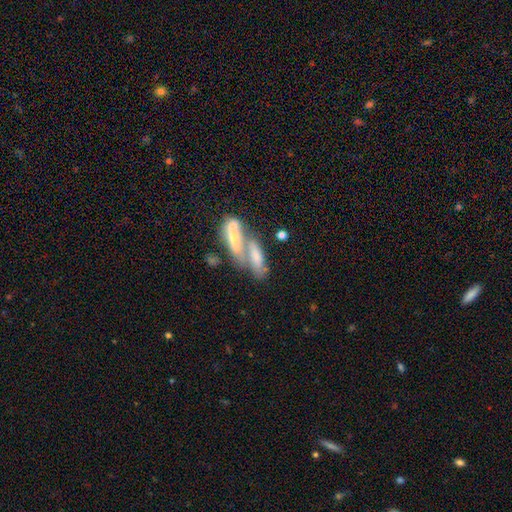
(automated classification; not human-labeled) Smooth or featured? smooth (58%)
How rounded? in between (61%)
Merging? merger (69%)